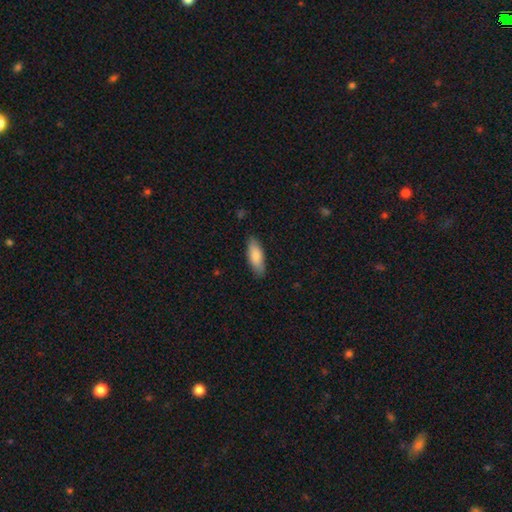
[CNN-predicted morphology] Smooth or featured: smooth — 84% (featured or disk — 10%)
How rounded: in between — 69% (cigar-shaped — 29%)
Merging: none — 85% (minor disturbance — 12%)